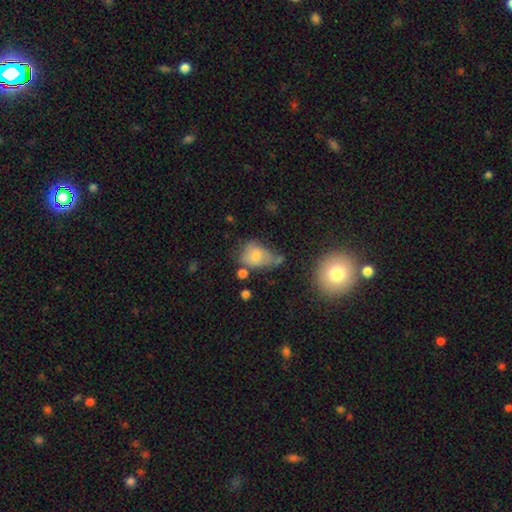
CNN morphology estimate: A smooth galaxy with no disk features (66%) that is in between round and cigar-shaped (64%). Merging: minor disturbance (32%).